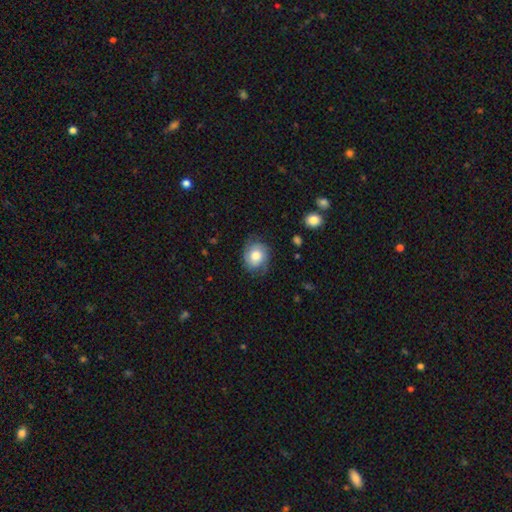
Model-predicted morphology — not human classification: smooth-or-featured: smooth: 63% | featured or disk: 29% | star or artifact: 8%
  how-rounded: round: 65% | in between: 34% | cigar-shaped: 1%
  merging: none: 70% | minor disturbance: 22% | major disturbance: 7% | merger: 1%